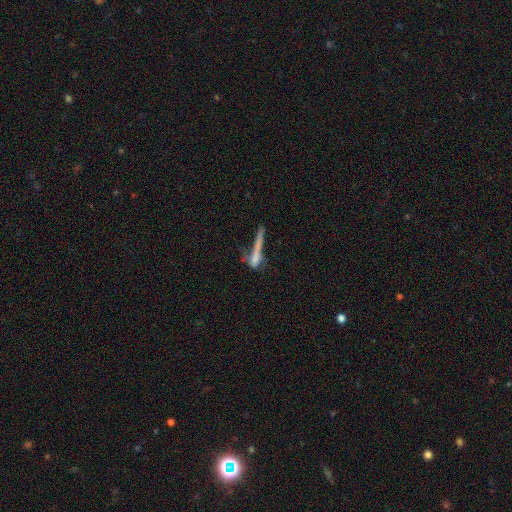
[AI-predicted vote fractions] This is possibly a smooth galaxy (55%). How rounded: clearly cigar-shaped (81%). Merging: marginally none (33%).